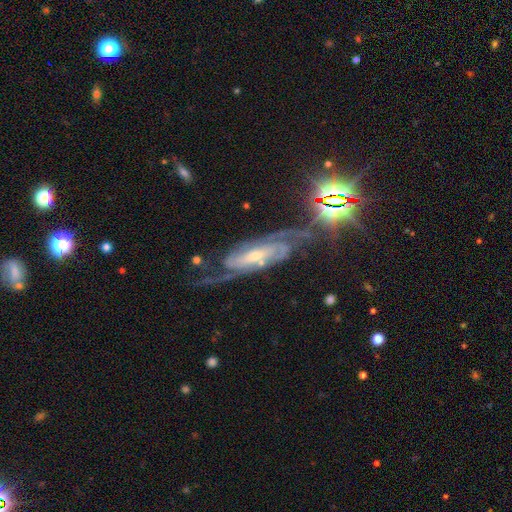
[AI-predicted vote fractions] This appears to be a featured or disk galaxy (83%) with a weak bar (38%), 2 (55%) tight (50%) spiral arms (98%) and a small central bulge (58%). Merging: none (66%).